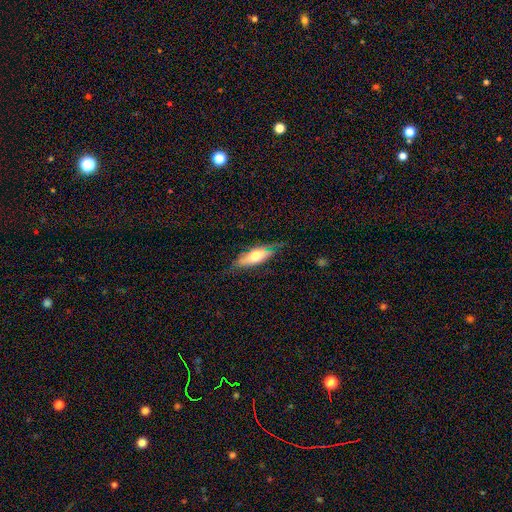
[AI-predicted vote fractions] A smooth galaxy with no disk features (49%).

Vote fractions:
- Smooth or featured? smooth: 49% / featured or disk: 45% / star or artifact: 6%
- Merging? none: 61% / minor disturbance: 27% / major disturbance: 10% / merger: 2%